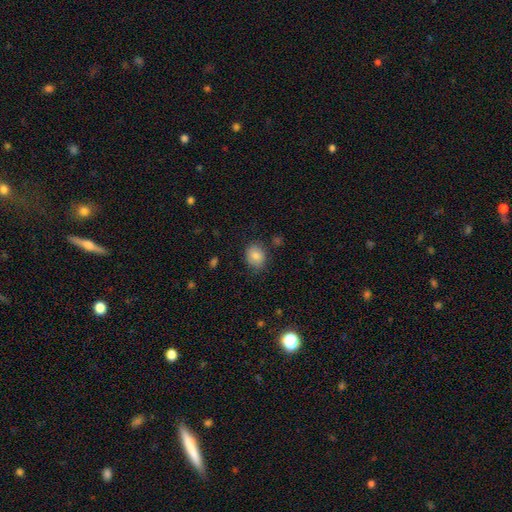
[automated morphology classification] smooth-or-featured: smooth: 82% | featured or disk: 9% | star or artifact: 9%
  how-rounded: round: 50% | in between: 49% | cigar-shaped: 1%
  merging: none: 81% | minor disturbance: 14% | major disturbance: 3% | merger: 2%